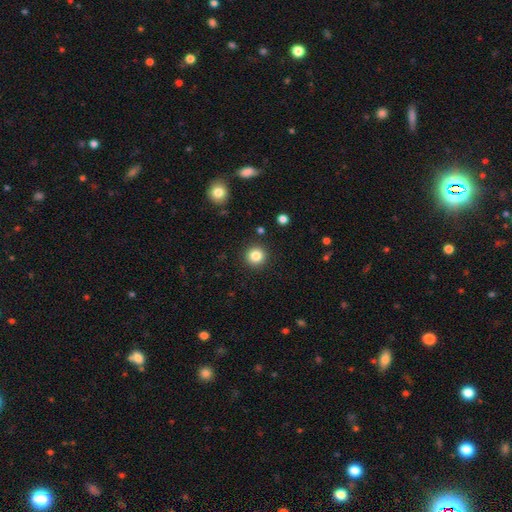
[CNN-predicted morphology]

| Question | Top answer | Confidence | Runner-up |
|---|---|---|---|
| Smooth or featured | smooth | 84% | star or artifact (11%) |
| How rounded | round | 95% | in between (4%) |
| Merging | none | 91% | minor disturbance (5%) |